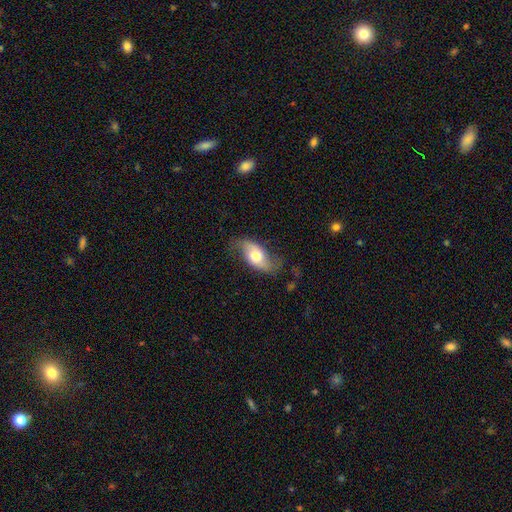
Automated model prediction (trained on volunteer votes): The model was most divided on "smooth or featured": featured or disk: 49%, smooth: 44%, star or artifact: 7%. More confident: merging — none (65%).